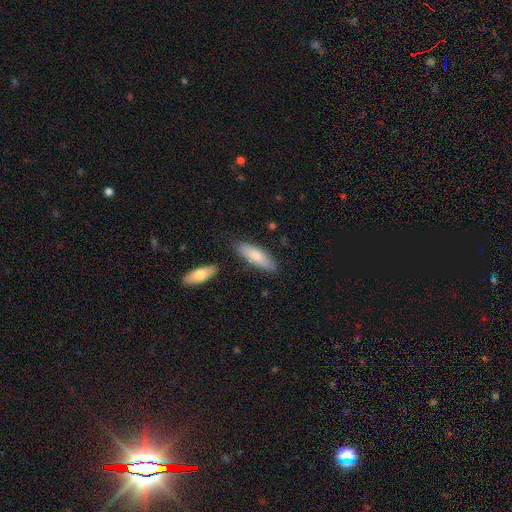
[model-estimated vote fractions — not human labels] Smooth or featured?
  - smooth: 77% *
  - featured or disk: 17%
  - star or artifact: 5%
How rounded?
  - in between: 52% *
  - cigar-shaped: 46%
  - round: 2%
Merging?
  - none: 80% *
  - minor disturbance: 13%
  - merger: 4%
  - major disturbance: 2%